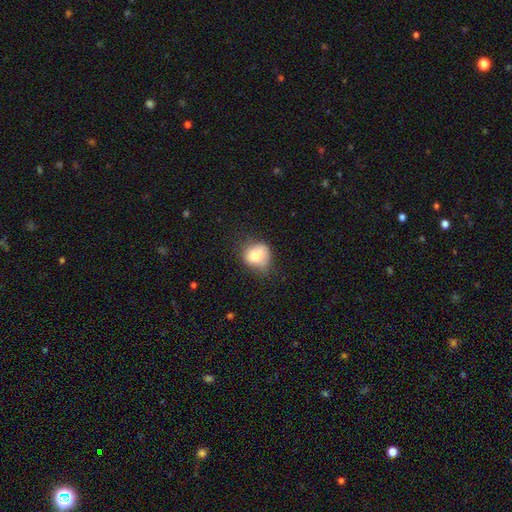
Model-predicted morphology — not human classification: smooth 74%, featured or disk 16%, star or artifact 10%. Down the decision tree: how rounded — round (70%); merging — none (46%).